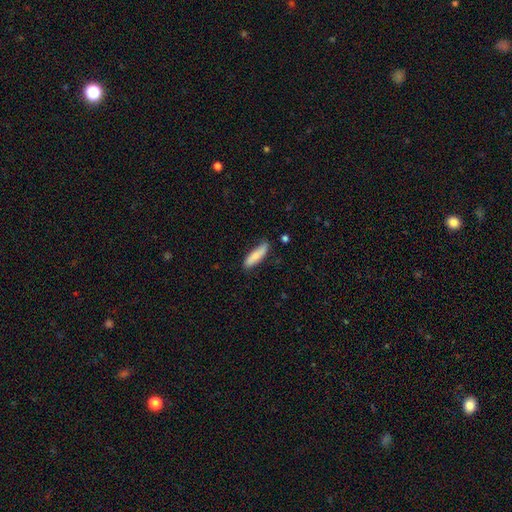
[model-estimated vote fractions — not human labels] Morphology: type=smooth (81%); roundness=cigar-shaped (68%); merging=none (77%).